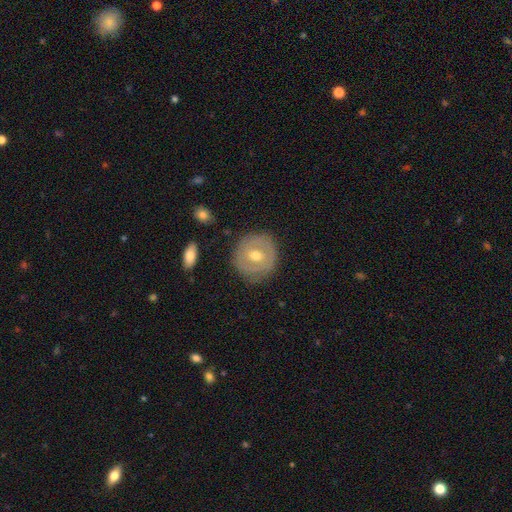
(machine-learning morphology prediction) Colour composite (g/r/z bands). It shows a featured or disk galaxy (53%) with no bar (56%), no spiral arms (65%) and a moderate central bulge (75%). Merging: none (82%).